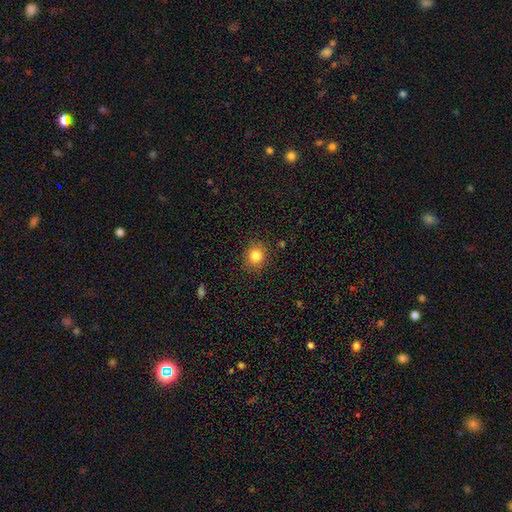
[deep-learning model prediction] Overall: smooth (82%). How rounded: round (78%). Merging: none (87%).